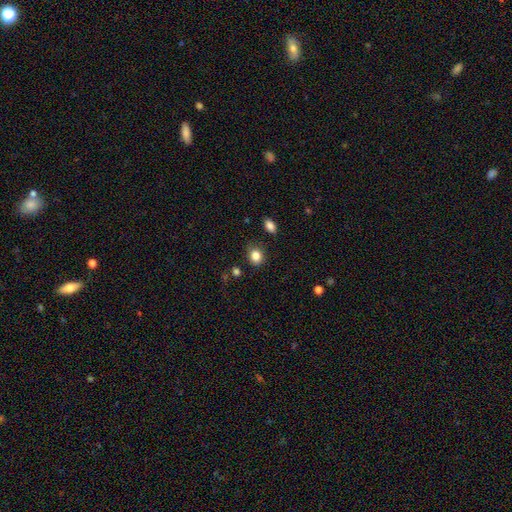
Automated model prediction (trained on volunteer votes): A smooth galaxy with no disk features (85%) that is round (59%). Merging: none (80%).